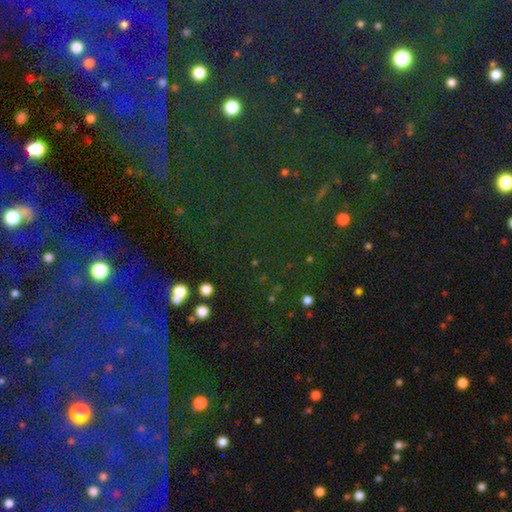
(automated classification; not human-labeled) The model was most divided on "smooth or featured": star or artifact: 82%, smooth: 9%, featured or disk: 9%.